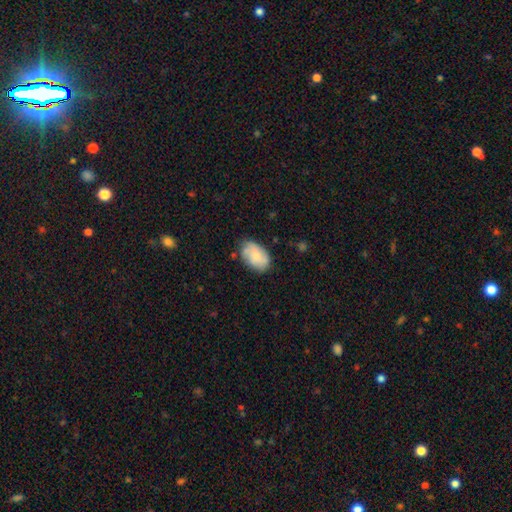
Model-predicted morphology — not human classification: This appears to be a smooth galaxy with no disk features (69%) that is in between round and cigar-shaped (88%). Merging: none (68%).